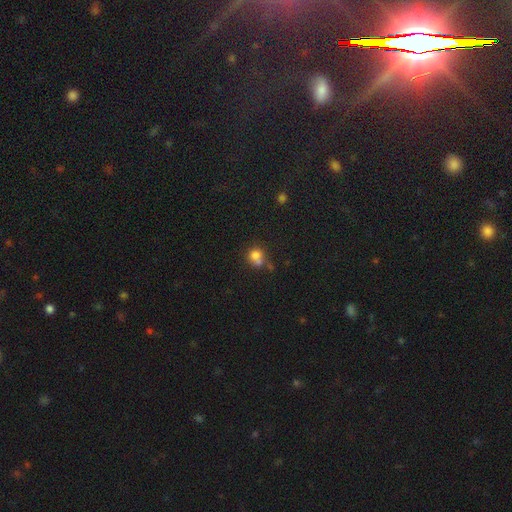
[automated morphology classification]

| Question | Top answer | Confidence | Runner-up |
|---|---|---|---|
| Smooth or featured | smooth | 76% | star or artifact (13%) |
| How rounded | round | 81% | in between (18%) |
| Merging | merger | 42% | none (41%) |